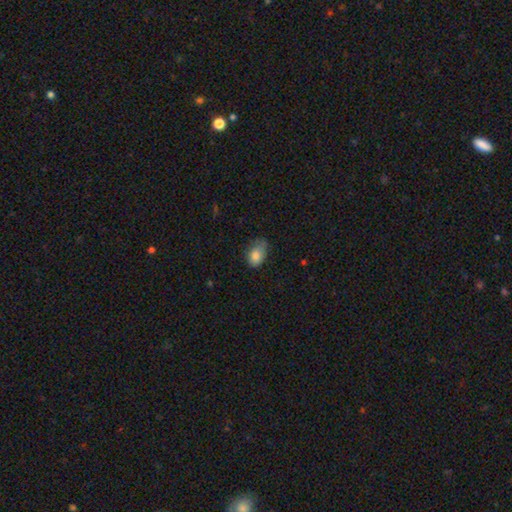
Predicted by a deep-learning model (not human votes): Morphology: type=smooth (81%); roundness=in between (82%); merging=none (42%, tied with minor disturbance).